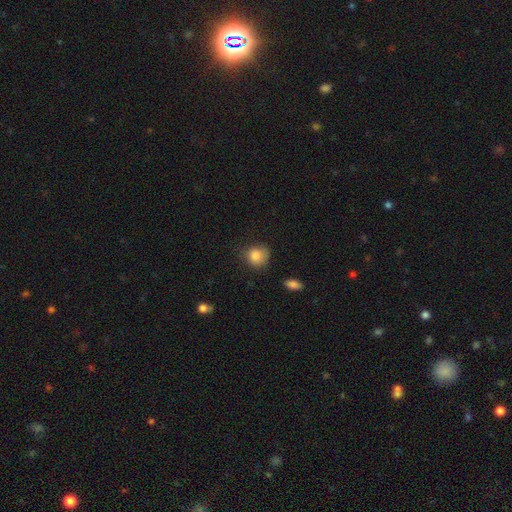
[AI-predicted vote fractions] A smooth galaxy with no disk features (84%) that is round (79%).

Vote fractions:
- Smooth or featured? smooth: 84% / star or artifact: 9% / featured or disk: 7%
- How rounded? round: 79% / in between: 20% / cigar-shaped: 1%
- Merging? none: 64% / minor disturbance: 27% / major disturbance: 7% / merger: 2%